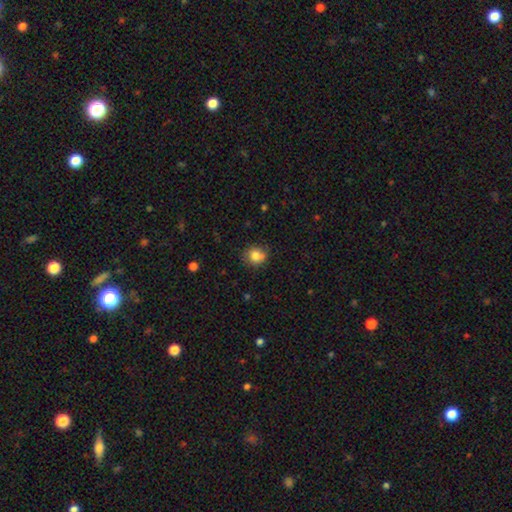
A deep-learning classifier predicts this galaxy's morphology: Smooth or featured: smooth — 79% (star or artifact — 11%)
How rounded: round — 80% (in between — 19%)
Merging: none — 64% (minor disturbance — 20%)